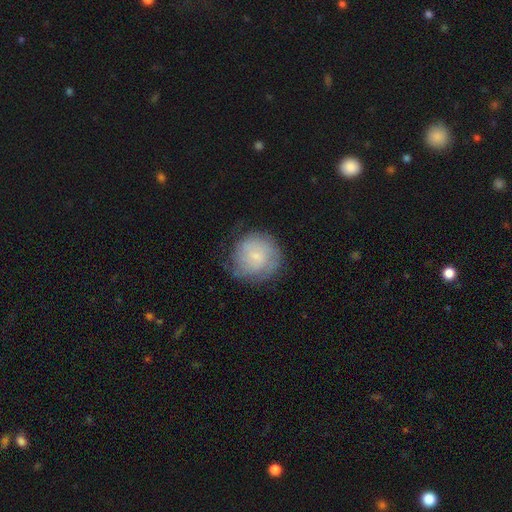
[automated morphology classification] The model was most divided on "smooth or featured": smooth: 52%, featured or disk: 41%, star or artifact: 8%. More confident: how rounded — round (91%); merging — none (68%).